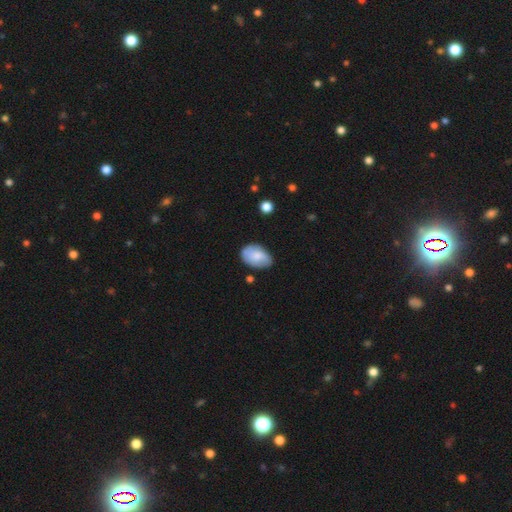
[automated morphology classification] Smooth or featured?
  - smooth: 71% *
  - featured or disk: 23%
  - star or artifact: 7%
How rounded?
  - in between: 89% *
  - round: 10%
  - cigar-shaped: 1%
Merging?
  - none: 71% *
  - minor disturbance: 22%
  - major disturbance: 4%
  - merger: 2%